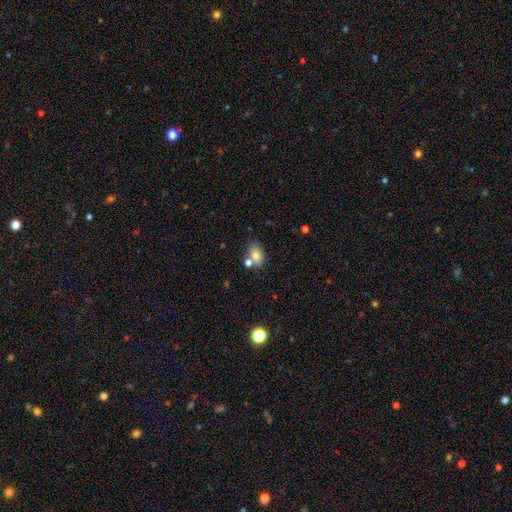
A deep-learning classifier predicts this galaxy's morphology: type=smooth (78%); roundness=in between (83%); merging=none (59%).